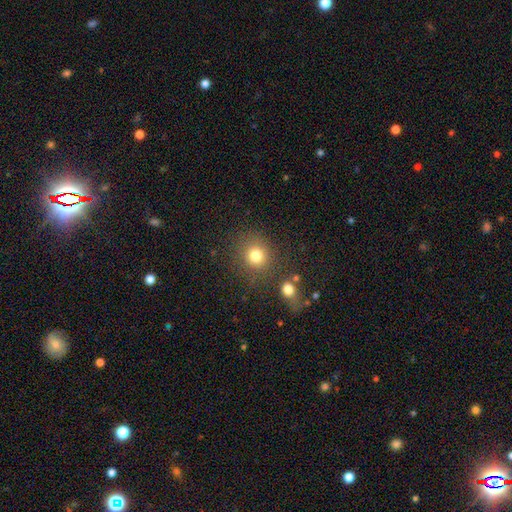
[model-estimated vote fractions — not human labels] Smooth or featured? smooth (79%)
How rounded? round (88%)
Merging? none (78%)